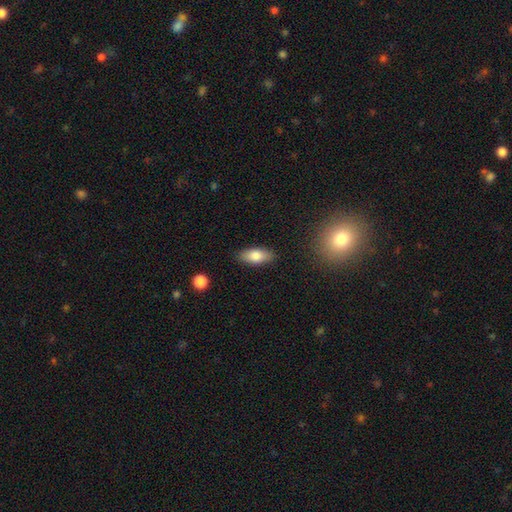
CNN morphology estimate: type=smooth (77%); roundness=in between (84%); merging=none (86%).